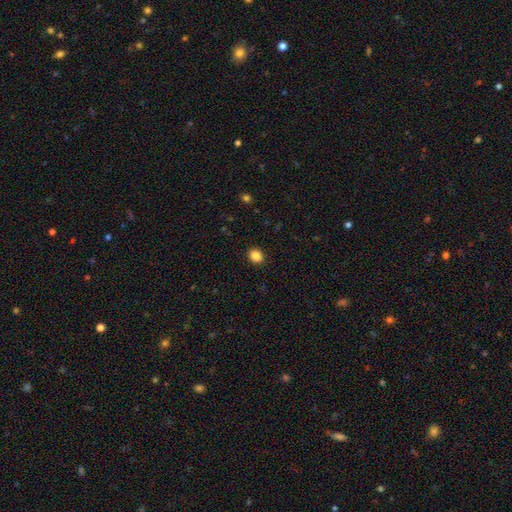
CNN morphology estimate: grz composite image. It shows a smooth galaxy with no disk features (87%) that is round (62%). Merging: none (91%).